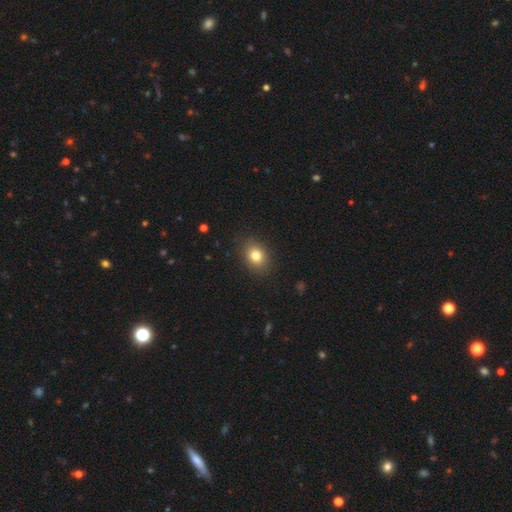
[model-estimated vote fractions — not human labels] Smooth or featured? smooth (81%)
How rounded? in between (58%)
Merging? none (88%)